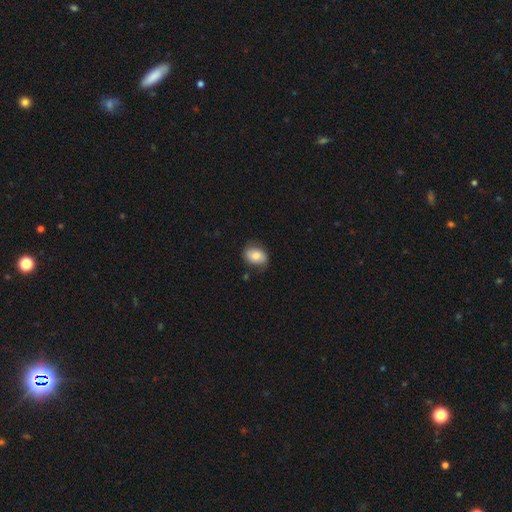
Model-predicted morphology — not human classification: The model was most divided on "how rounded": in between: 66%, round: 33%, cigar-shaped: 1%. More confident: smooth or featured — smooth (75%); merging — none (74%).